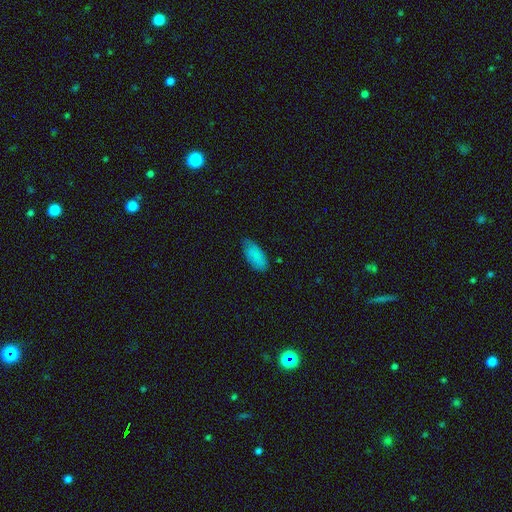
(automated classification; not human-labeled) A smooth galaxy with no disk features (86%) that is in between round and cigar-shaped (88%).

Vote fractions:
- Smooth or featured? smooth: 86% / star or artifact: 7% / featured or disk: 7%
- How rounded? in between: 88% / cigar-shaped: 10% / round: 2%
- Merging? none: 72% / minor disturbance: 23% / major disturbance: 4% / merger: 1%